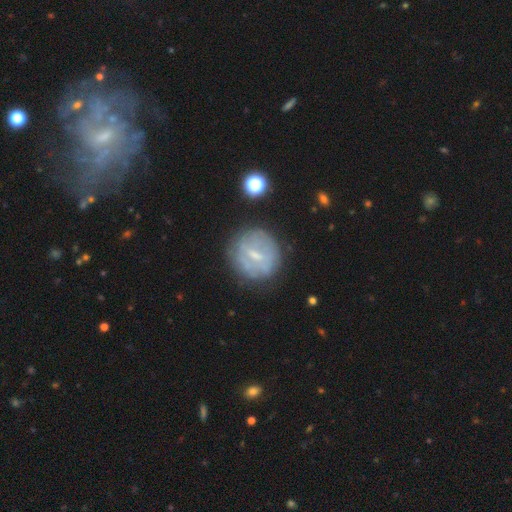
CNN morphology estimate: This appears to be a featured or disk galaxy (54%) with a weak bar (53%), no spiral arms (64%) and a small central bulge (55%). Merging: none (74%).